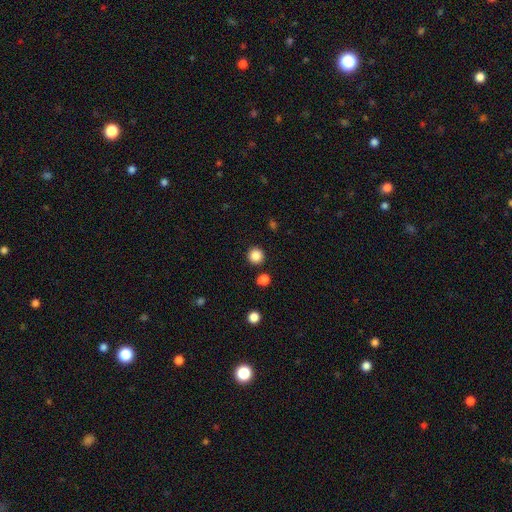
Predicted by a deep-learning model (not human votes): smooth 86%, star or artifact 10%, featured or disk 3%. Down the decision tree: how rounded — round (95%); merging — none (89%).